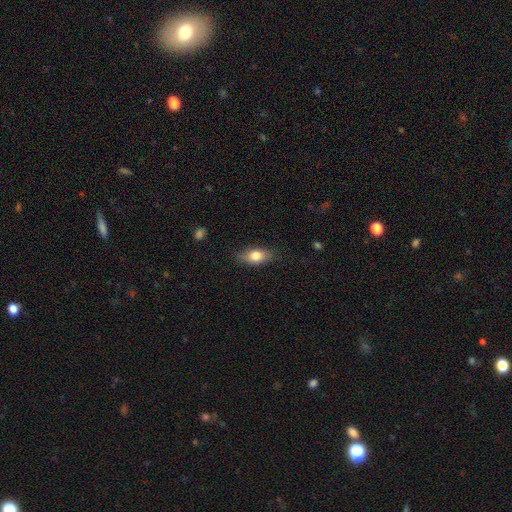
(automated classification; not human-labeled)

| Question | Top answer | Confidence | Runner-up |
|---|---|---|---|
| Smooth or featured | smooth | 75% | featured or disk (18%) |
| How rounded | in between | 81% | cigar-shaped (10%) |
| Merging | none | 78% | minor disturbance (17%) |